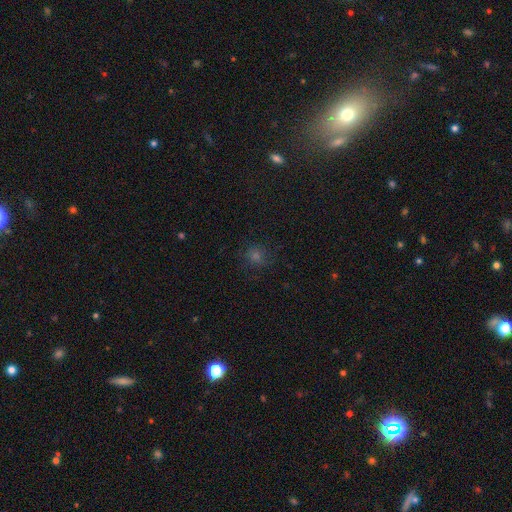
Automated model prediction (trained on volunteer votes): Overall: smooth (53%; star or artifact 36%). How rounded: round (87%). Merging: none (82%).